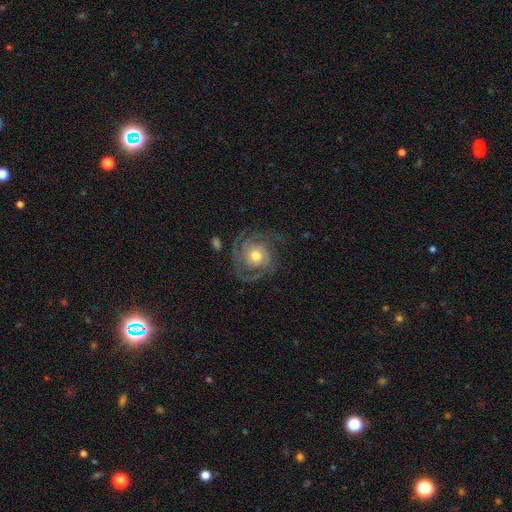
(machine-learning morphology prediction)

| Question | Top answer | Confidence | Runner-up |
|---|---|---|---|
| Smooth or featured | featured or disk | 86% | smooth (9%) |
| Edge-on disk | no | 98% | yes (2%) |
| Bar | no | 80% | weak (16%) |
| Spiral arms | yes | 96% | no (4%) |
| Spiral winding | tight | 61% | medium (31%) |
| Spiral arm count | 3 | 31% | 2 (23%) |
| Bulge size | moderate | 71% | small (17%) |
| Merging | none | 72% | minor disturbance (15%) |